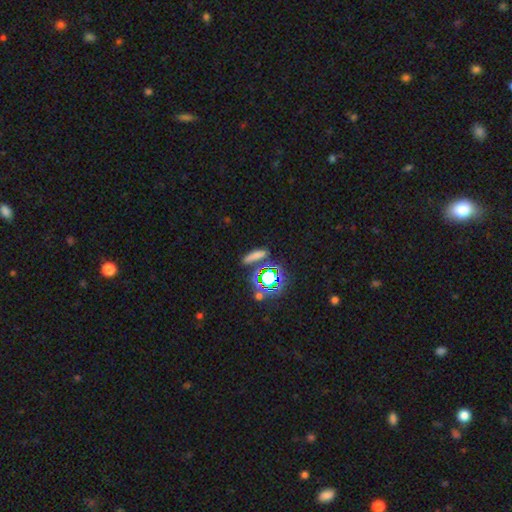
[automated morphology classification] Q: Smooth or featured?
A: smooth (61%); runner-up: star or artifact (27%)
Q: How rounded?
A: cigar-shaped (65%); runner-up: in between (23%)
Q: Merging?
A: none (77%); runner-up: minor disturbance (11%)